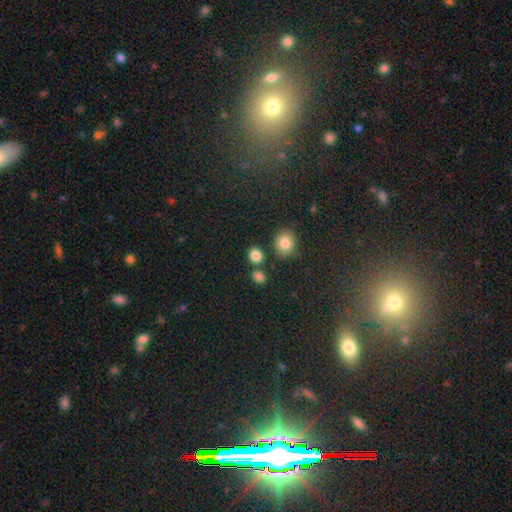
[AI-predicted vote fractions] A smooth galaxy with no disk features (84%) that is round (69%).

Vote fractions:
- Smooth or featured? smooth: 84% / star or artifact: 12% / featured or disk: 5%
- How rounded? round: 69% / in between: 30% / cigar-shaped: 1%
- Merging? none: 74% / merger: 14% / minor disturbance: 9% / major disturbance: 3%